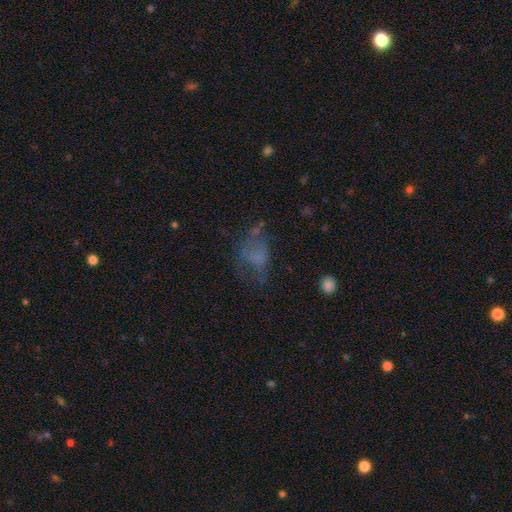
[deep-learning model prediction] Overall: smooth (41%; featured or disk 38%). Merging: none (39%; major disturbance 35%).